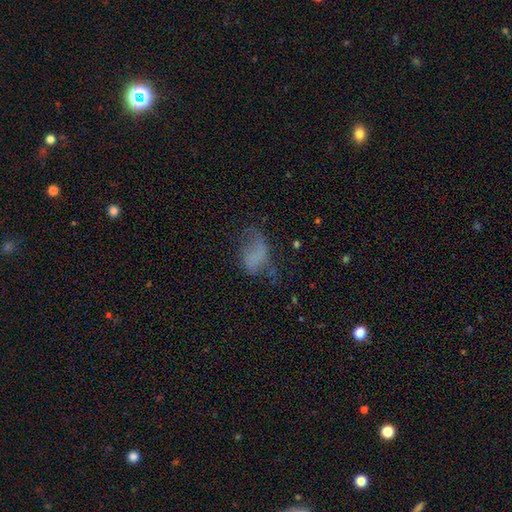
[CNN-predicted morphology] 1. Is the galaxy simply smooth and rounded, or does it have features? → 51% smooth, 32% featured or disk, 17% star or artifact.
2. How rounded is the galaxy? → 85% in between, 12% round, 3% cigar-shaped.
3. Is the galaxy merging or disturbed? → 38% major disturbance, 32% none, 26% minor disturbance, 4% merger.